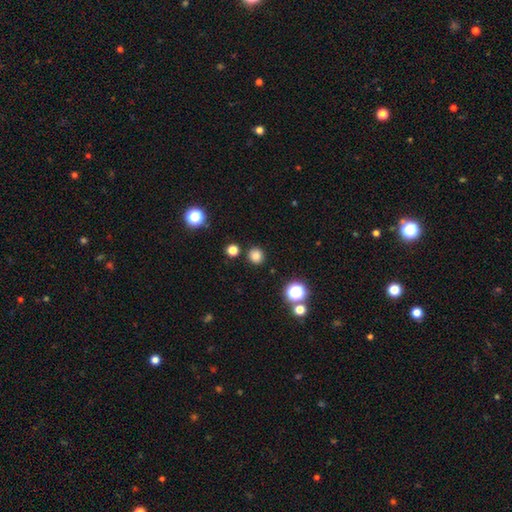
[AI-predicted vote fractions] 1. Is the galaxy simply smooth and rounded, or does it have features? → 81% smooth, 15% star or artifact, 4% featured or disk.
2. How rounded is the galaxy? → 91% round, 8% in between, 1% cigar-shaped.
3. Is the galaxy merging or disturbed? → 88% none, 6% minor disturbance, 3% merger, 2% major disturbance.